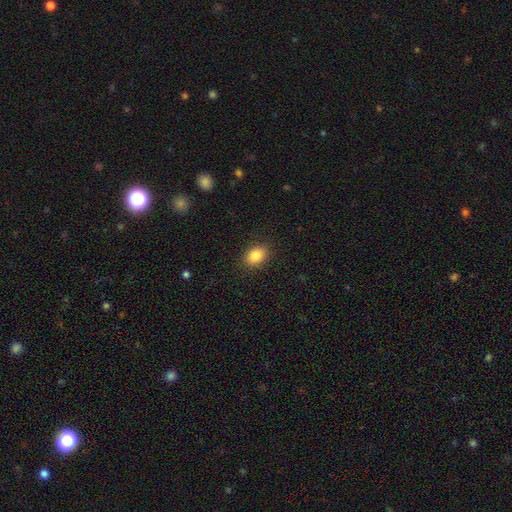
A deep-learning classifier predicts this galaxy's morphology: Q: Smooth or featured?
A: smooth (84%); runner-up: star or artifact (9%)
Q: How rounded?
A: in between (74%); runner-up: round (25%)
Q: Merging?
A: none (89%); runner-up: minor disturbance (8%)